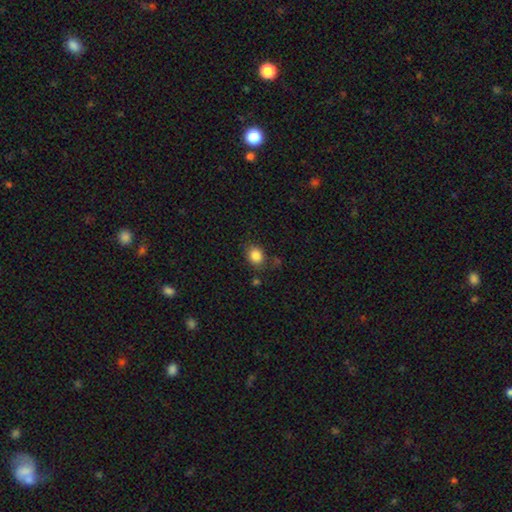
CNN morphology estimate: Overall: smooth (85%). How rounded: round (56%; in between 43%). Merging: none (77%).